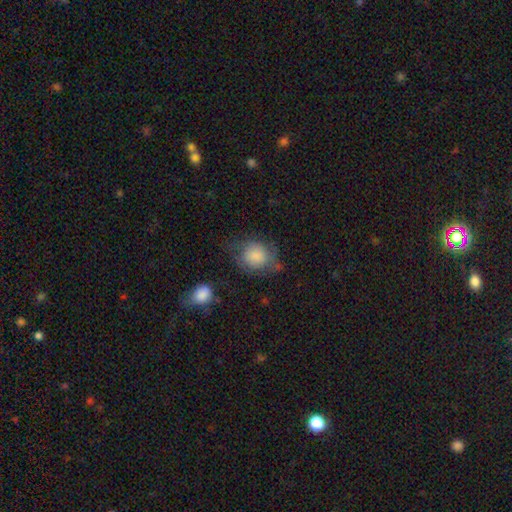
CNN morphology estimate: smooth 76%, featured or disk 16%, star or artifact 8%. Down the decision tree: how rounded — round (65%); merging — none (45%).